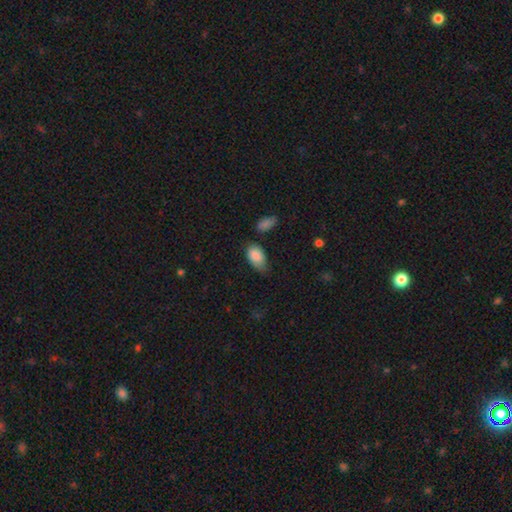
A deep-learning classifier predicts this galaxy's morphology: smooth_or_featured: smooth (p=0.86) [alt: featured or disk p=0.07]
how_rounded: in between (p=0.93) [alt: round p=0.05]
merging: none (p=0.50) [alt: minor disturbance p=0.37]